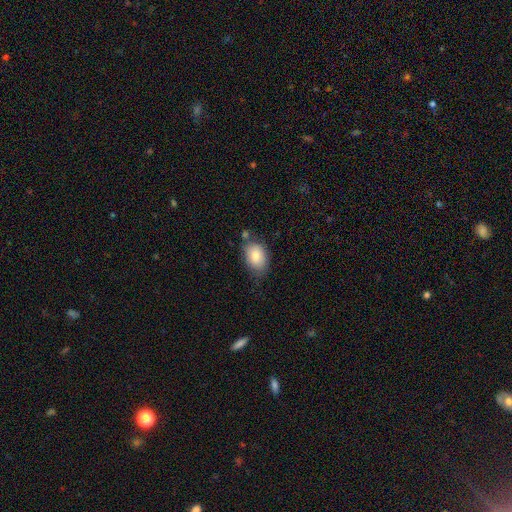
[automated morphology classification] Smooth or featured? Predicted: smooth (p=0.83). How rounded? Predicted: in between (p=0.84). Merging? Predicted: none (p=0.65).